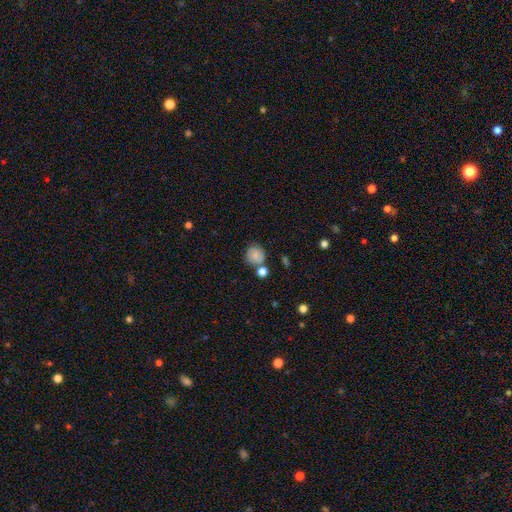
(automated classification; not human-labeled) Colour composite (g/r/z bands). It shows a smooth galaxy with no disk features (78%) that is round (86%). Merging: none (62%).